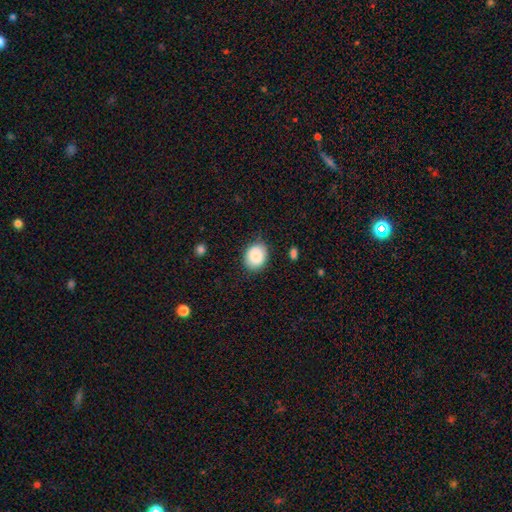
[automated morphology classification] smooth 88%, star or artifact 7%, featured or disk 5%. Down the decision tree: how rounded — round (51%); merging — none (81%).